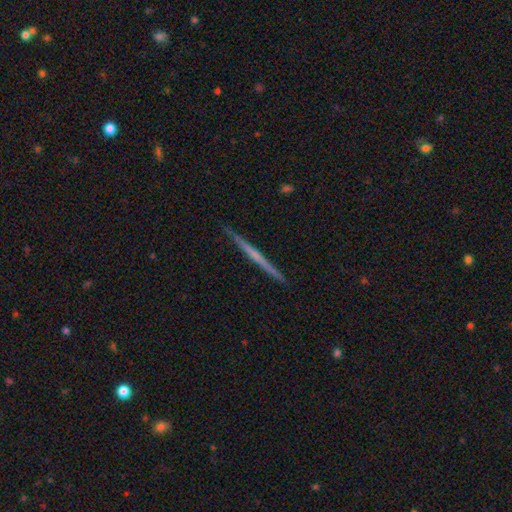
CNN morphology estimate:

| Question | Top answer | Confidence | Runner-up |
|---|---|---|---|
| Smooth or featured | featured or disk | 66% | smooth (29%) |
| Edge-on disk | yes | 98% | no (2%) |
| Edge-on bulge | none | 74% | rounded (21%) |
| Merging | none | 93% | minor disturbance (5%) |